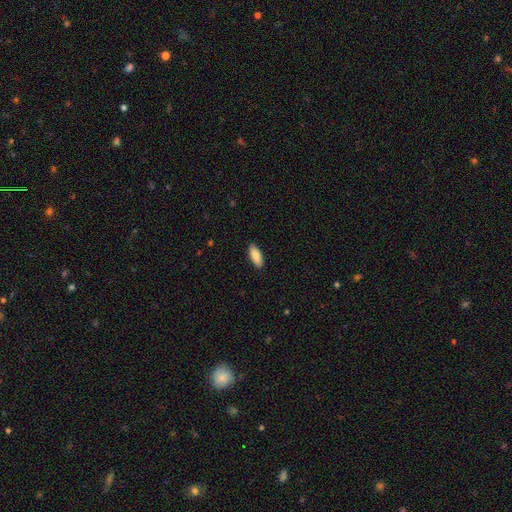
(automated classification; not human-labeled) Smooth or featured?
  - smooth: 83% *
  - featured or disk: 11%
  - star or artifact: 6%
How rounded?
  - in between: 77% *
  - cigar-shaped: 21%
  - round: 2%
Merging?
  - none: 89% *
  - minor disturbance: 8%
  - major disturbance: 2%
  - merger: 1%